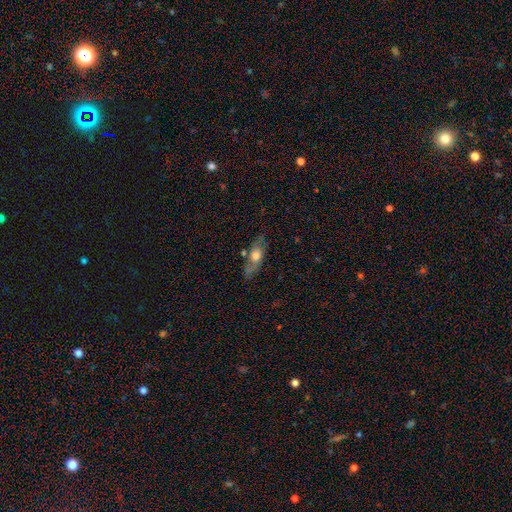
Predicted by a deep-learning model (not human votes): Q: Smooth or featured?
A: smooth (52%); runner-up: featured or disk (42%)
Q: How rounded?
A: in between (56%); runner-up: cigar-shaped (38%)
Q: Merging?
A: none (70%); runner-up: minor disturbance (19%)